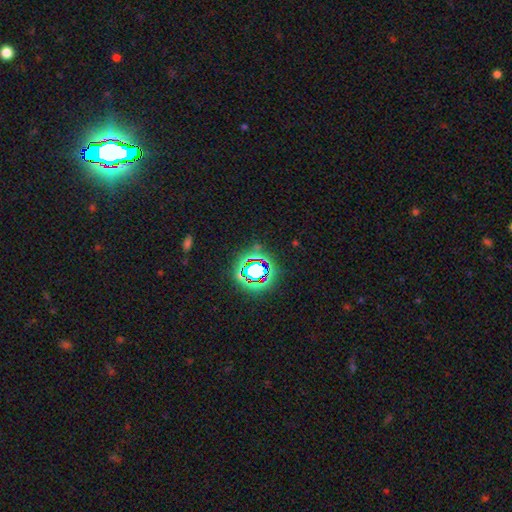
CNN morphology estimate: smooth-or-featured: star or artifact: 79% | smooth: 13% | featured or disk: 9%